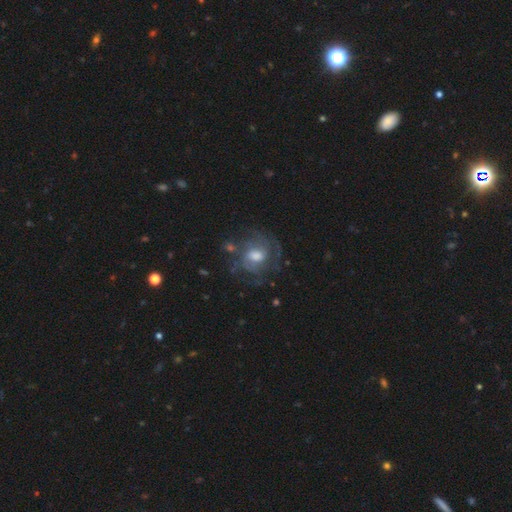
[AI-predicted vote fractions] This appears to be a featured or disk galaxy (67%) with no bar (53%), tight (43%) spiral arms (79%) and a moderate central bulge (55%). Merging: none (63%).